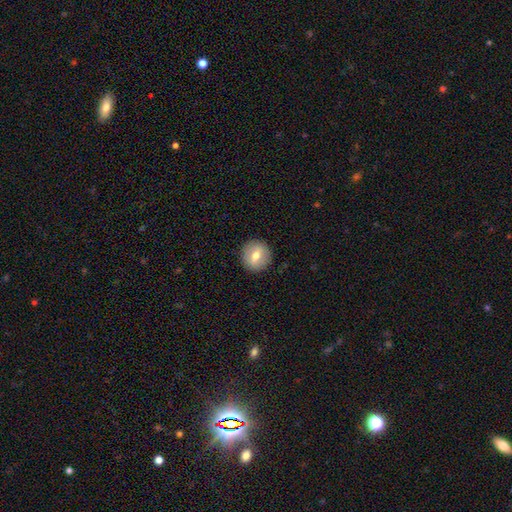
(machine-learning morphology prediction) Q: Smooth or featured?
A: smooth (63%); runner-up: featured or disk (29%)
Q: How rounded?
A: round (92%); runner-up: in between (7%)
Q: Merging?
A: none (91%); runner-up: minor disturbance (6%)